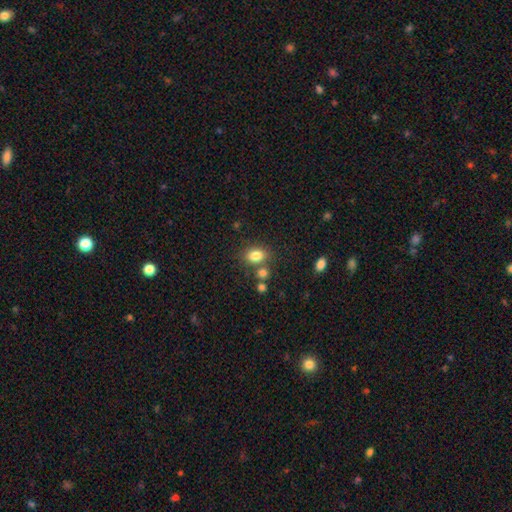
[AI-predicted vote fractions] Morphology: type=smooth (82%); roundness=in between (69%); merging=none (68%).